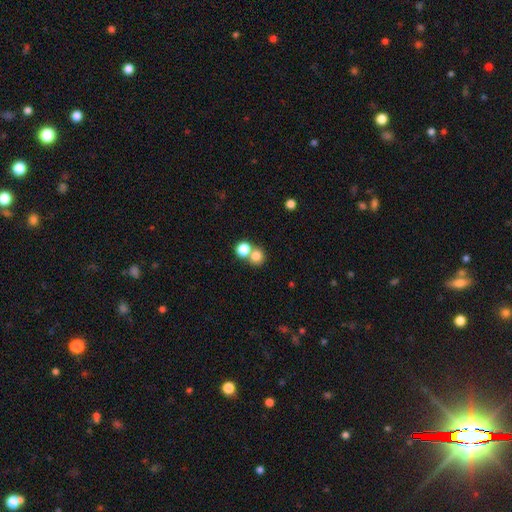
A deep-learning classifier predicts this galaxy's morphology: Smooth or featured? Predicted: smooth (p=0.79). How rounded? Predicted: round (p=0.85). Merging? Predicted: none (p=0.47).